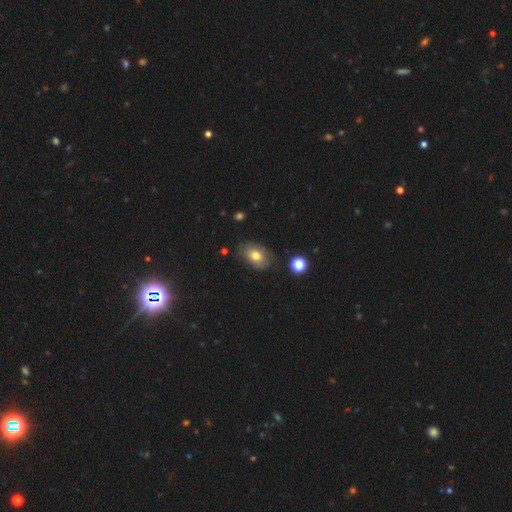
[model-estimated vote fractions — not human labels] Morphology: type=smooth (73%); roundness=in between (84%); merging=none (76%).